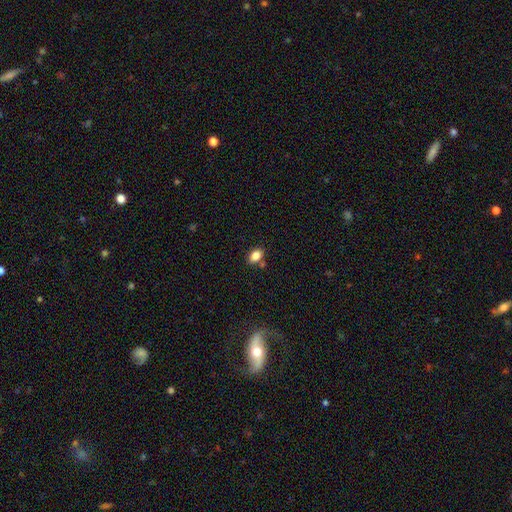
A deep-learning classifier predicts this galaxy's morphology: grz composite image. It shows a smooth galaxy with no disk features (84%) that is in between round and cigar-shaped (80%). Merging: none (75%).